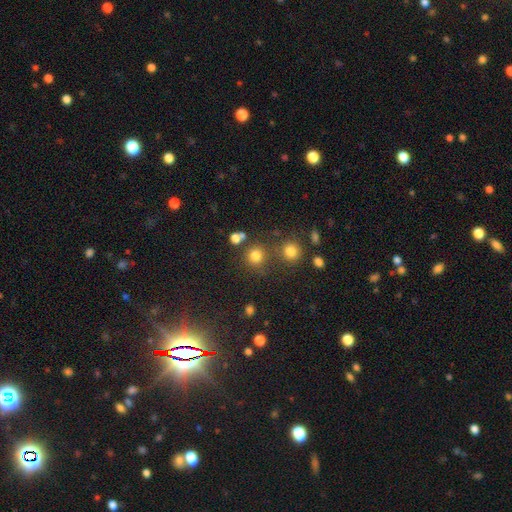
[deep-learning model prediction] A smooth galaxy with no disk features (78%) that is round (90%). Merging: none (73%).